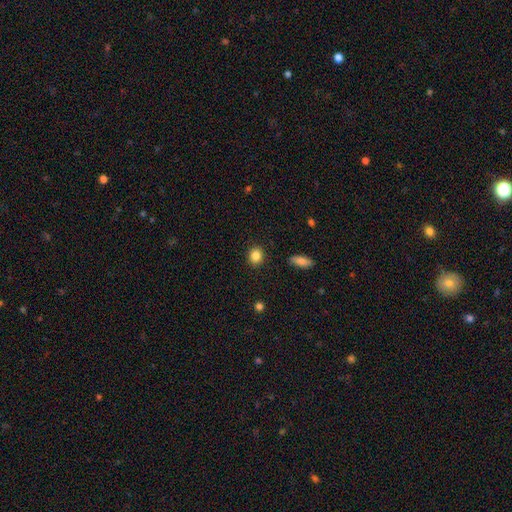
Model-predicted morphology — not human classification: This is clearly a smooth galaxy (85%). How rounded: likely round (72%). Merging: clearly none (90%).